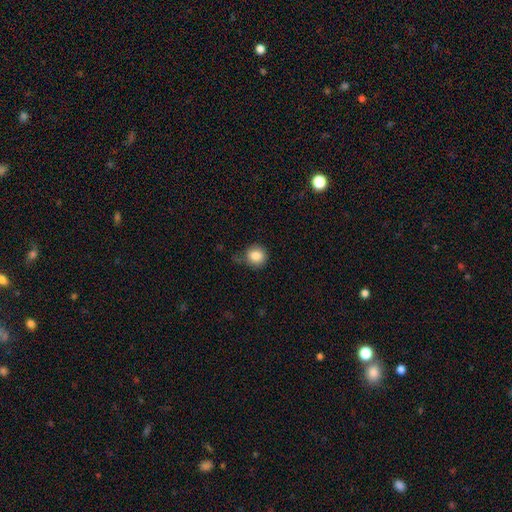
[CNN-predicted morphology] Smooth or featured?
  - smooth: 85% *
  - star or artifact: 10%
  - featured or disk: 5%
How rounded?
  - round: 88% *
  - in between: 11%
  - cigar-shaped: 1%
Merging?
  - none: 67% *
  - minor disturbance: 24%
  - major disturbance: 6%
  - merger: 3%